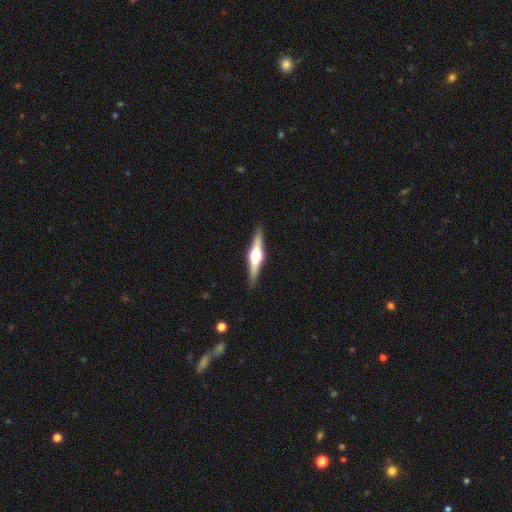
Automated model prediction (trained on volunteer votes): A featured or disk galaxy (72%) viewed edge-on (97%) with a rounded central bulge (95%). Merging: none (90%).